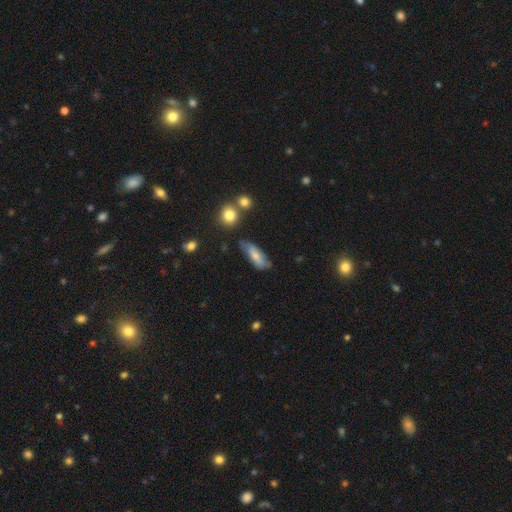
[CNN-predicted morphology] Smooth or featured: smooth — 66% (featured or disk — 27%)
How rounded: in between — 64% (cigar-shaped — 34%)
Merging: none — 61% (minor disturbance — 27%)